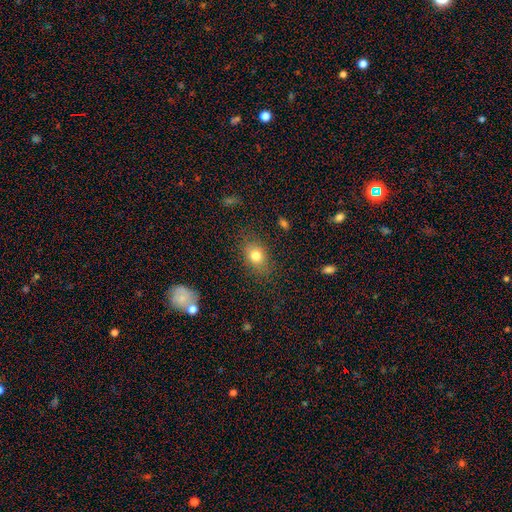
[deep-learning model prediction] smooth 79%, star or artifact 11%, featured or disk 10%. Down the decision tree: how rounded — in between (65%); merging — none (80%).